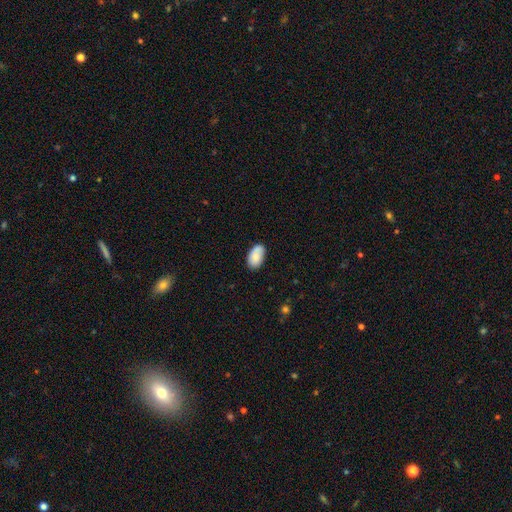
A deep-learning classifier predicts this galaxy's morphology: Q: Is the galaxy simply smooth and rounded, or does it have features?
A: smooth — 82%.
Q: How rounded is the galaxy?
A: in between — 94%.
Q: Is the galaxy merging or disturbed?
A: none — 73%.